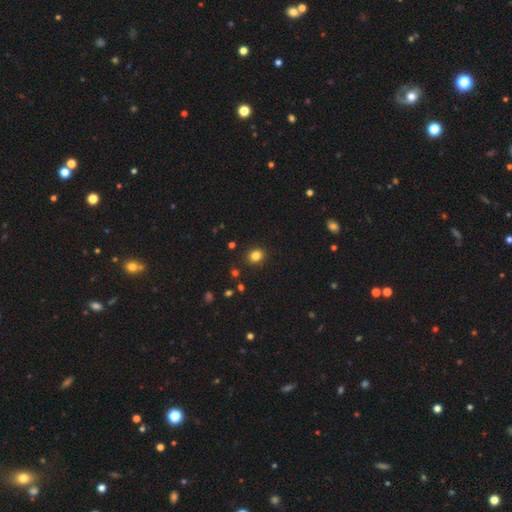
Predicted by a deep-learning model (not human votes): This is clearly a smooth galaxy (83%). How rounded: likely round (70%). Merging: clearly none (90%).